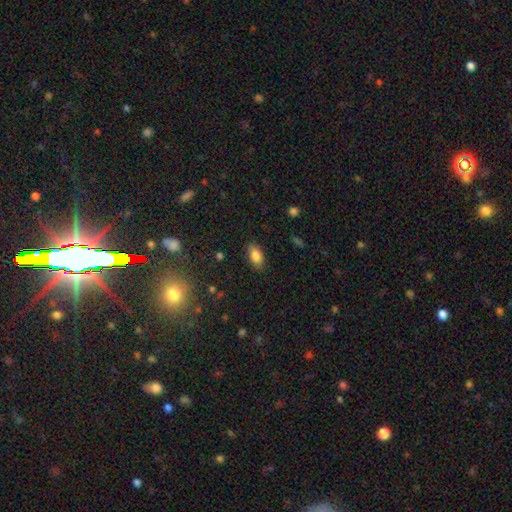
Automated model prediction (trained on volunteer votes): Morphology: type=smooth (83%); roundness=in between (91%); merging=none (87%).